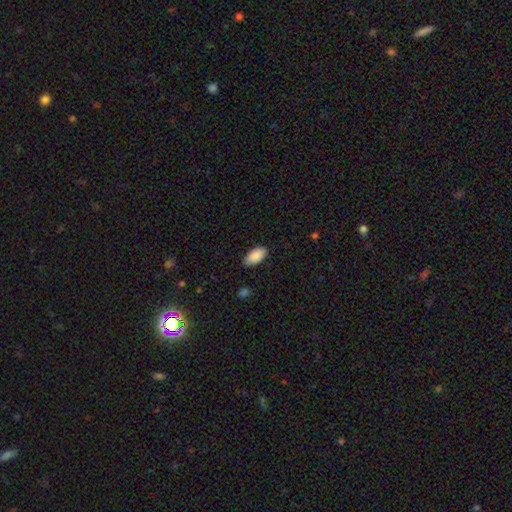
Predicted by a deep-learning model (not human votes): Smooth or featured? smooth (90%)
How rounded? in between (95%)
Merging? none (85%)